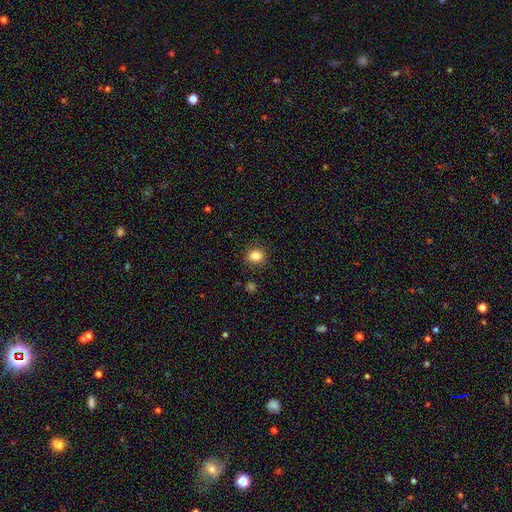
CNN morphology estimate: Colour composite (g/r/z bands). It shows a smooth galaxy with no disk features (84%) that is round (64%). Merging: none (88%).